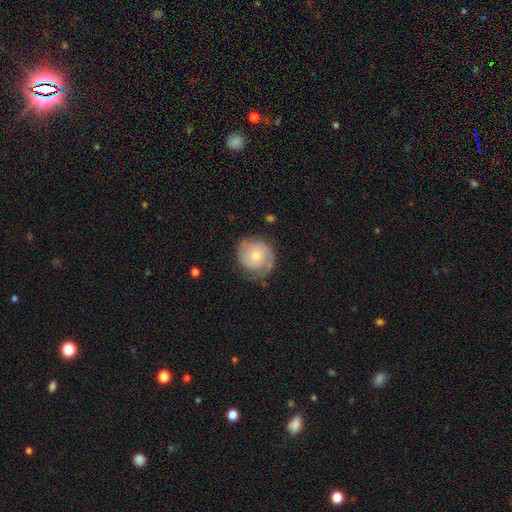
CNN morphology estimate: Smooth or featured? featured or disk (52%)
Edge-on disk? no (98%)
Bar? no (79%)
Spiral arms? yes (82%)
Bulge size? small (53%)
Merging? none (68%)